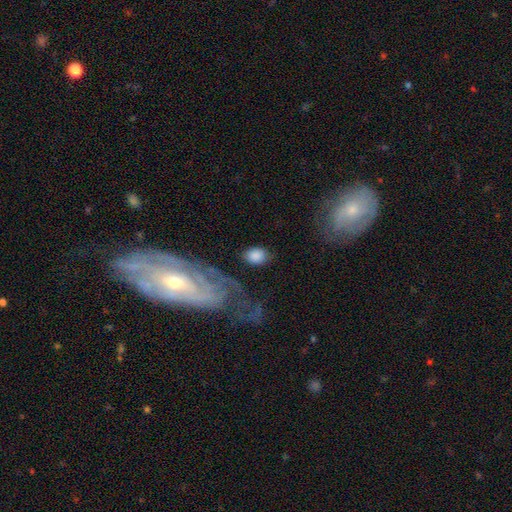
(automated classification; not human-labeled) A smooth galaxy with no disk features (81%) that is in between round and cigar-shaped (70%). Merging: none (73%).